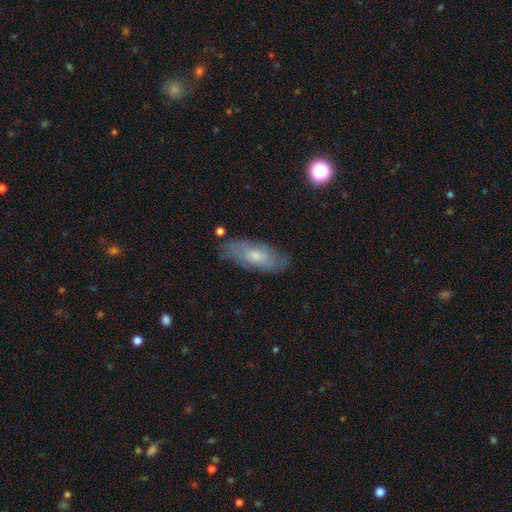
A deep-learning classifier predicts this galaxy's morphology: Smooth or featured? smooth (53%)
How rounded? in between (77%)
Merging? none (75%)